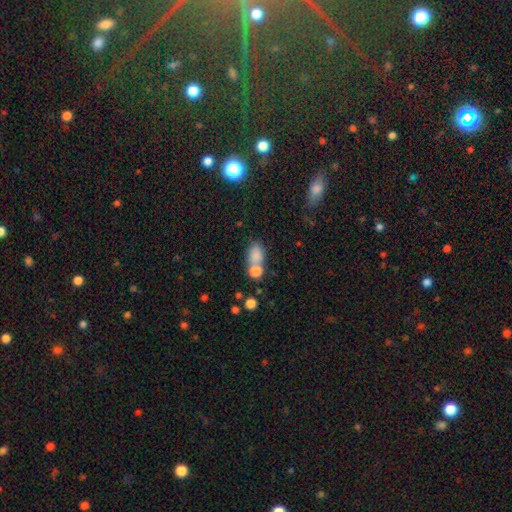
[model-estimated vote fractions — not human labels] Morphology: type=smooth (78%); roundness=in between (73%); merging=none (44%).